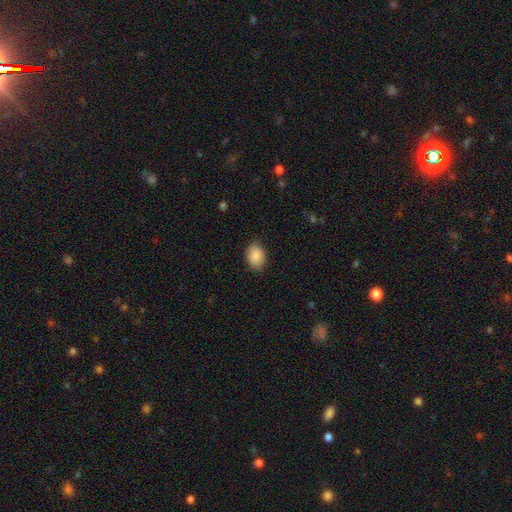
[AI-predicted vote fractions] A smooth galaxy with no disk features (88%) that is in between round and cigar-shaped (76%). Merging: none (81%).